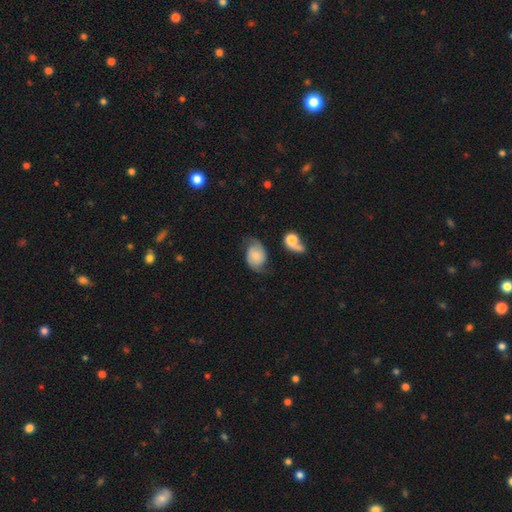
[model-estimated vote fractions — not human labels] The model was most divided on "smooth or featured": featured or disk: 57%, smooth: 35%, star or artifact: 9%. Remaining: edge-on disk — no (97%); spiral arms — yes (90%); bar — no (72%); merging — none (57%); bulge size — small (48%).